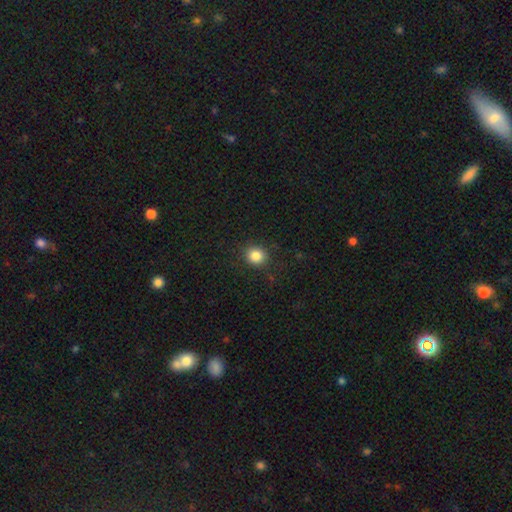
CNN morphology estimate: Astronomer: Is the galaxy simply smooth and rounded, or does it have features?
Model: smooth — 85%.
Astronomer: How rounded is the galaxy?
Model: round — 81%.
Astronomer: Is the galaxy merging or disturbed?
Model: none — 87%.